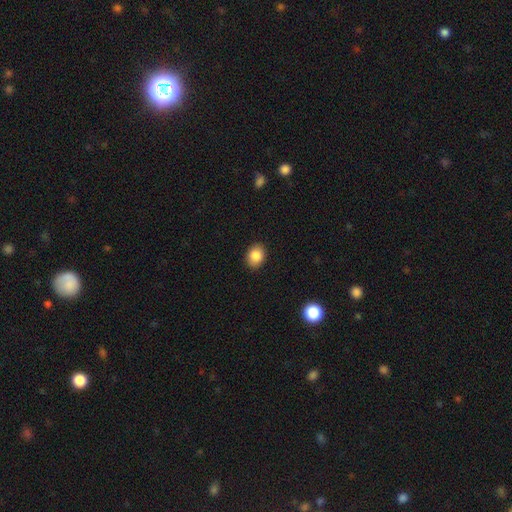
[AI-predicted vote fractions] Smooth or featured: smooth — 86% (star or artifact — 8%)
How rounded: in between — 61% (round — 38%)
Merging: none — 89% (minor disturbance — 8%)